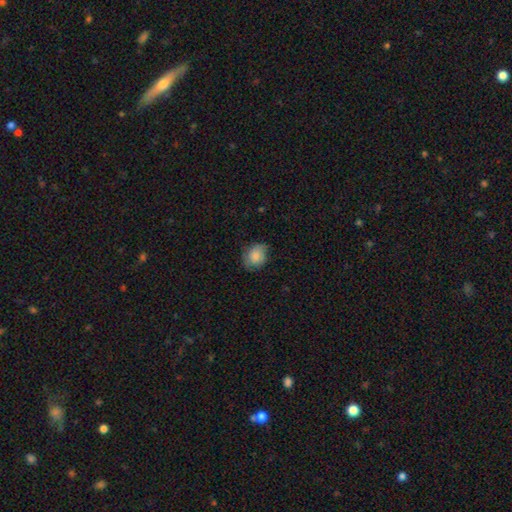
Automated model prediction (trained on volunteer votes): A smooth galaxy with no disk features (80%) that is round (55%). Merging: none (65%).